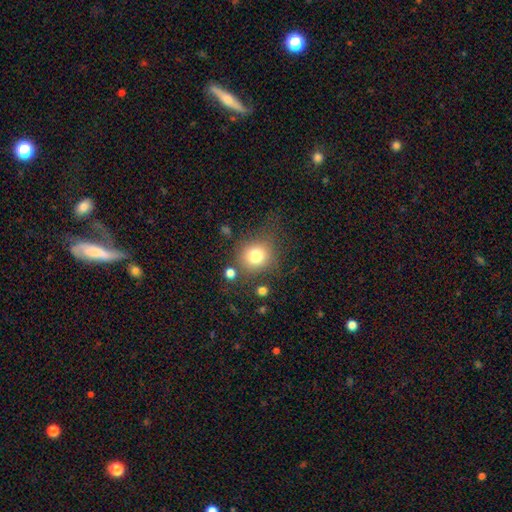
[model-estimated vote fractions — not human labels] This appears to be a smooth galaxy with no disk features (77%) that is round (85%). Merging: none (71%).